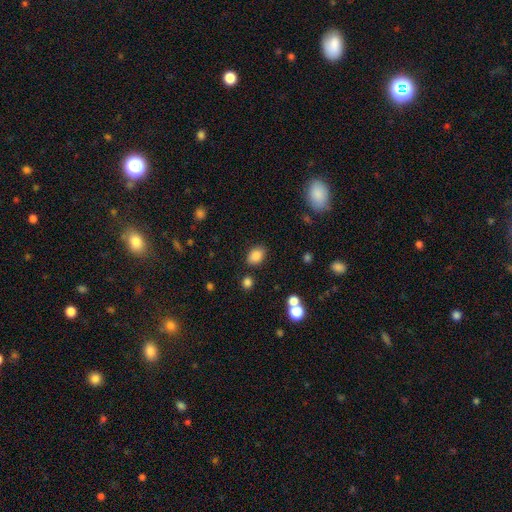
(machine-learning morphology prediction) smooth 86%, star or artifact 10%, featured or disk 5%. Down the decision tree: how rounded — in between (79%); merging — none (83%).